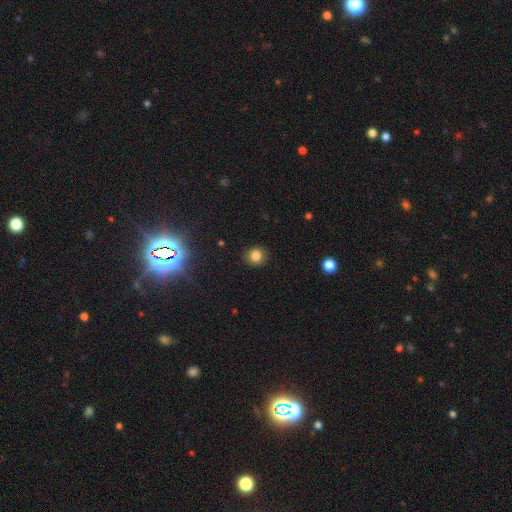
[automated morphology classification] smooth_or_featured: smooth (p=0.81) [alt: star or artifact p=0.13]
how_rounded: round (p=0.88) [alt: in between p=0.11]
merging: none (p=0.90) [alt: minor disturbance p=0.07]